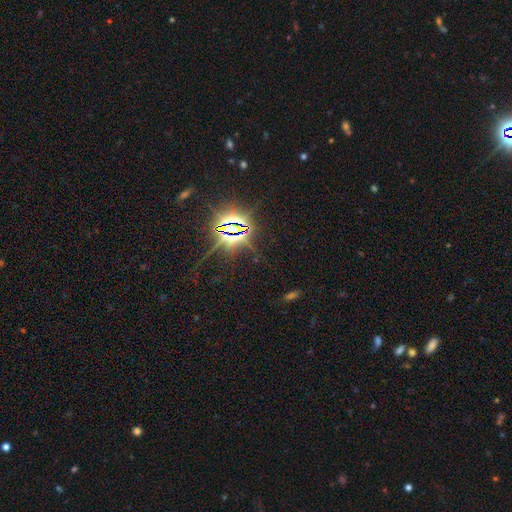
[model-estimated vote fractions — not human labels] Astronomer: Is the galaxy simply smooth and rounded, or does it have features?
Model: star or artifact — 83%.